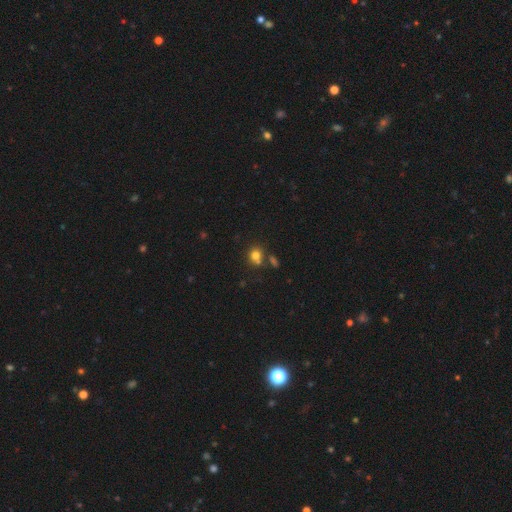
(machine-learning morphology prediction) This is likely a smooth galaxy (76%). How rounded: clearly round (81%). Merging: possibly none (60%).